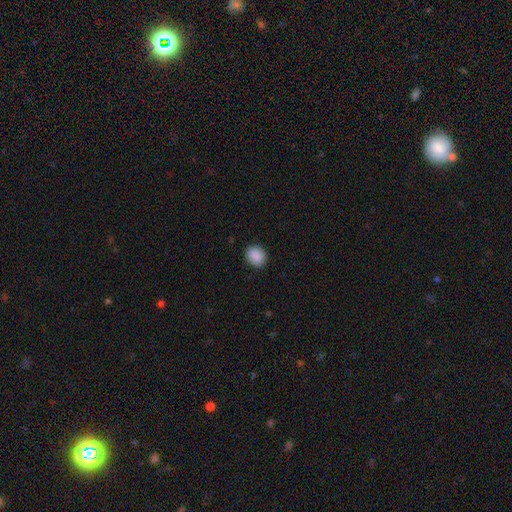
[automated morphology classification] Smooth or featured? smooth (90%)
How rounded? round (62%)
Merging? none (88%)